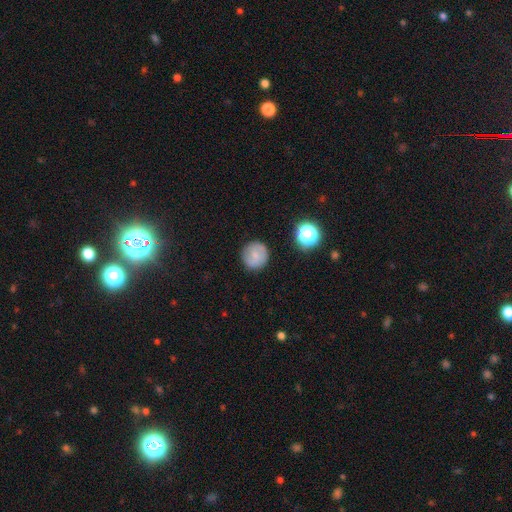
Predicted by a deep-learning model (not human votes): The model was most divided on "smooth or featured": smooth: 70%, featured or disk: 20%, star or artifact: 10%. More confident: how rounded — round (94%); merging — none (87%).